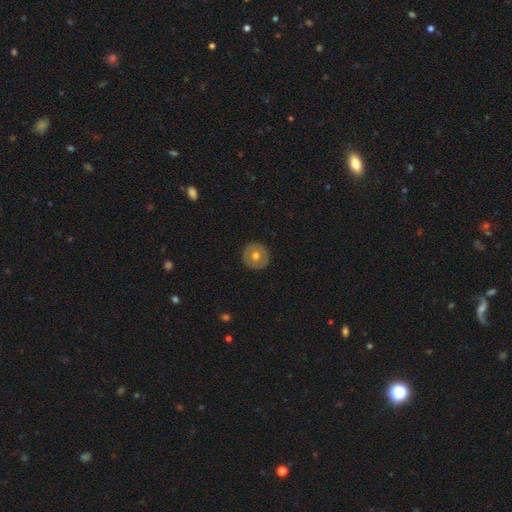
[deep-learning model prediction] Smooth or featured? smooth (59%)
How rounded? round (93%)
Merging? none (90%)